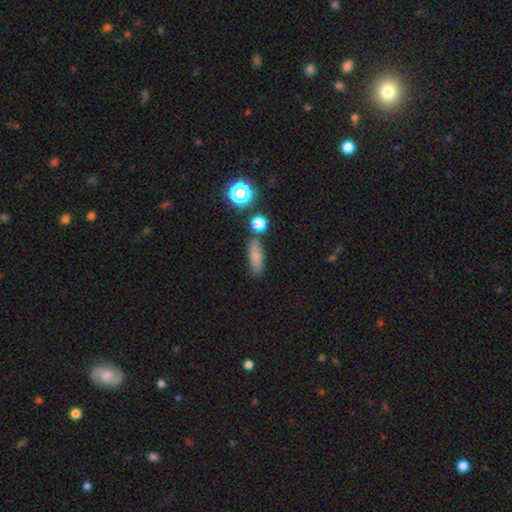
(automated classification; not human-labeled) A smooth galaxy with no disk features (77%) that is in between round and cigar-shaped (55%). Merging: none (77%).